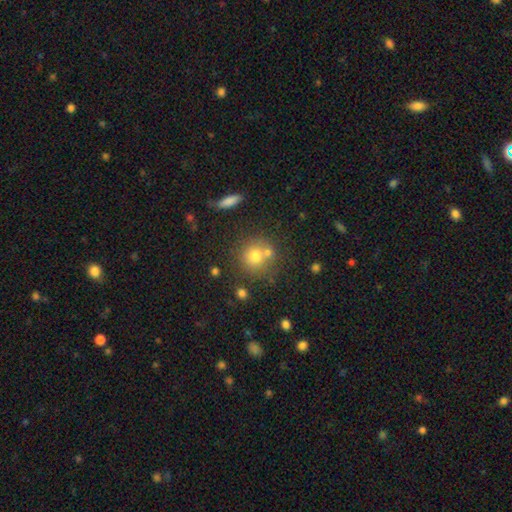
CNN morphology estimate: Smooth or featured? smooth (72%)
How rounded? round (89%)
Merging? none (60%)